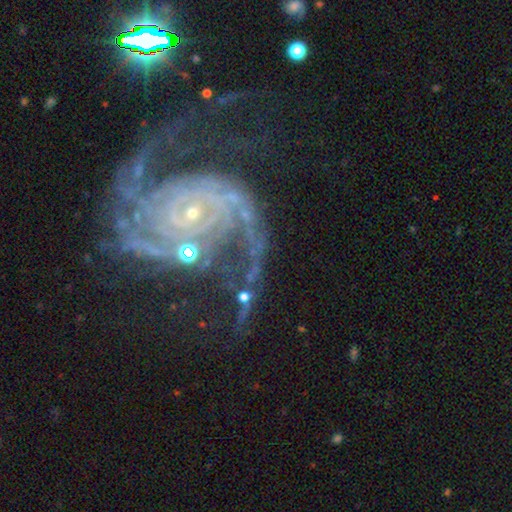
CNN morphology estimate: smooth-or-featured: featured or disk: 89% | star or artifact: 7% | smooth: 4%
  disk-edge-on: no: 98% | yes: 2%
    bar: no: 61% | weak: 25% | strong: 14%
    has-spiral-arms: yes: 98% | no: 2%
      spiral-winding: tight: 55% | medium: 35% | loose: 10%
      spiral-arm-count: 2: 41% | 3: 17% | can't tell: 14% | 4: 11% | more than 4: 9% | 1: 9%
    bulge-size: small: 83% | moderate: 13% | none: 2% | large: 1% | dominant: 1%
  merging: none: 53% | major disturbance: 22% | minor disturbance: 18% | merger: 7%